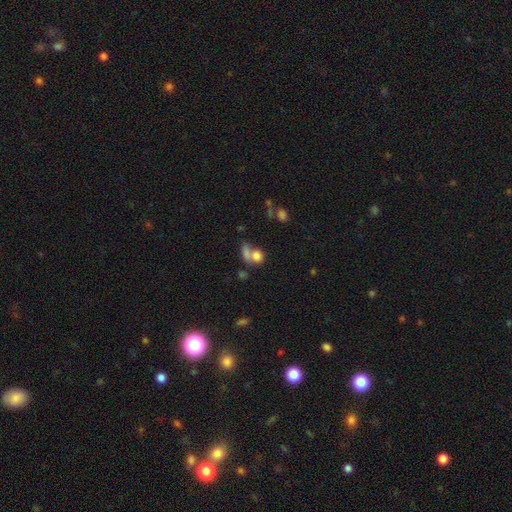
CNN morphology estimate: The model was most divided on "how rounded": round: 56%, in between: 41%, cigar-shaped: 3%. Remaining: smooth or featured — smooth (77%); merging — merger (49%).